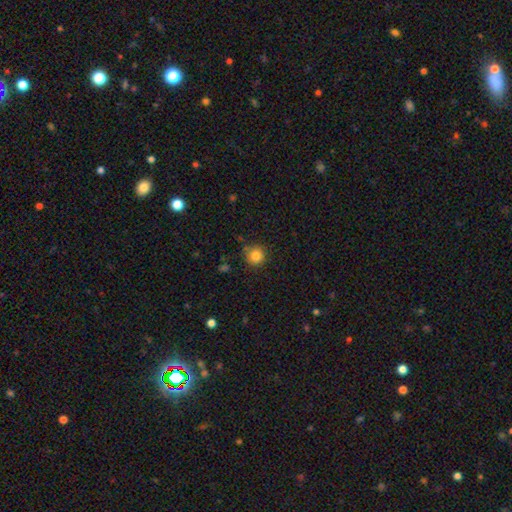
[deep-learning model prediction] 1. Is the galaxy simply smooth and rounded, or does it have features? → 83% smooth, 11% star or artifact, 6% featured or disk.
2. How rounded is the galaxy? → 94% round, 5% in between, 1% cigar-shaped.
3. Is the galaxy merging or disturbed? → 84% none, 11% minor disturbance, 3% major disturbance, 2% merger.